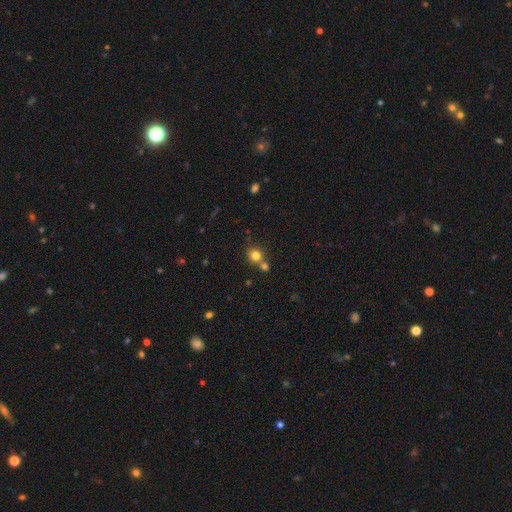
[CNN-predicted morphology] Overall: smooth (80%). How rounded: round (86%). Merging: none (58%; merger 31%).